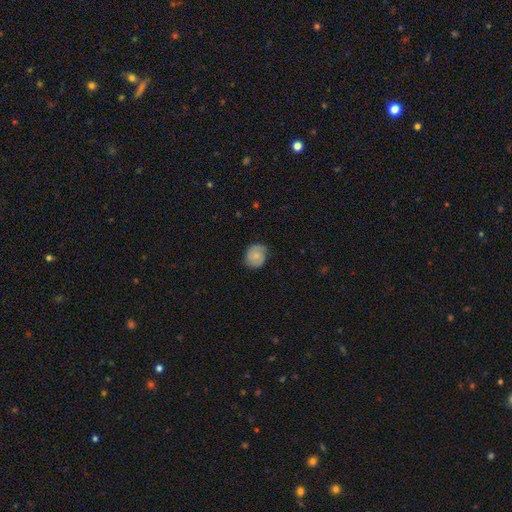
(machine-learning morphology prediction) Smooth or featured? smooth (61%)
How rounded? round (73%)
Merging? none (73%)